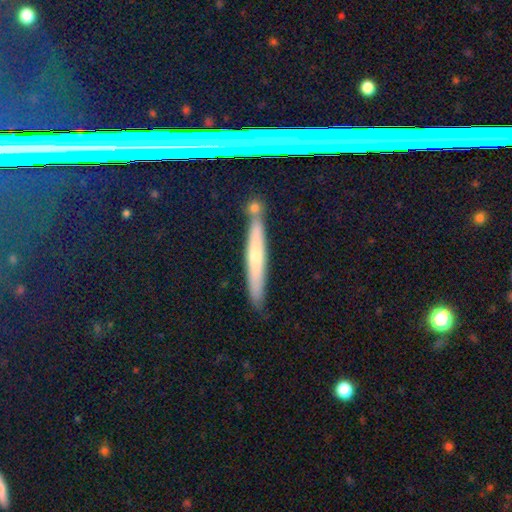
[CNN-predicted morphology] Overall: featured or disk (45%; smooth 40%). Merging: none (83%).